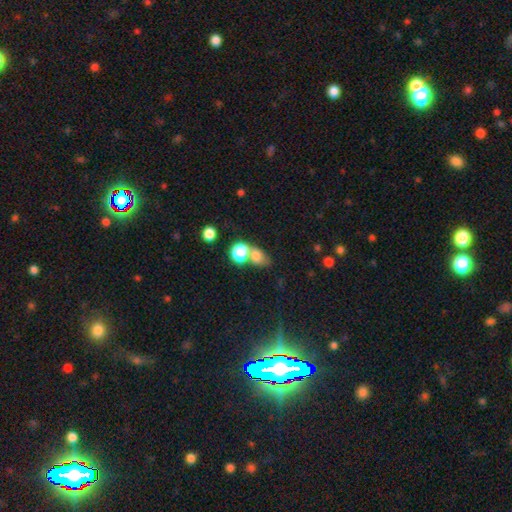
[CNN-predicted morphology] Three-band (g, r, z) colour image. It shows a smooth galaxy with no disk features (72%) that is in between round and cigar-shaped (56%). Merging: none (42%).